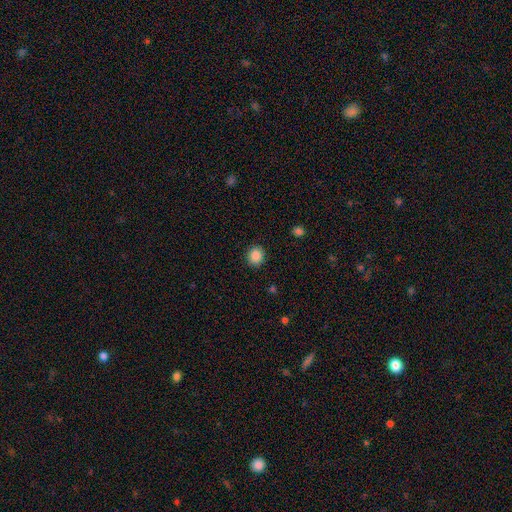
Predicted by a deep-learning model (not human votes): smooth 88%, star or artifact 9%, featured or disk 3%. Down the decision tree: how rounded — round (78%); merging — none (89%).